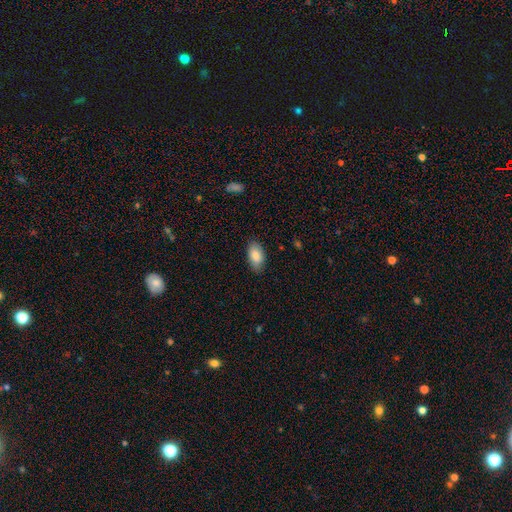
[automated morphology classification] A smooth galaxy with no disk features (85%) that is in between round and cigar-shaped (94%).

Vote fractions:
- Smooth or featured? smooth: 85% / featured or disk: 8% / star or artifact: 7%
- How rounded? in between: 94% / round: 4% / cigar-shaped: 3%
- Merging? none: 84% / minor disturbance: 13% / major disturbance: 3% / merger: 1%